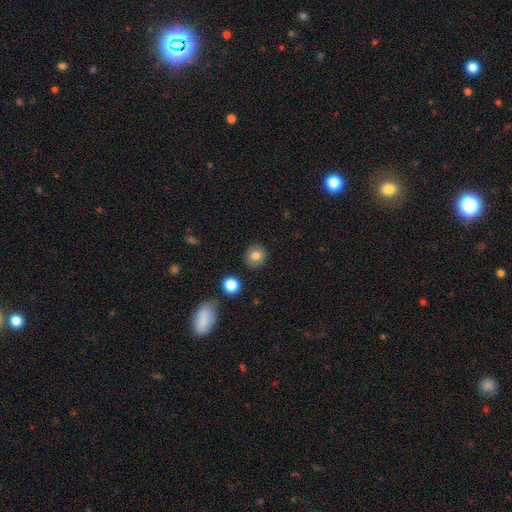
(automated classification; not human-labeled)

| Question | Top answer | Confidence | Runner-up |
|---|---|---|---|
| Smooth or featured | smooth | 80% | star or artifact (10%) |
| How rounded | round | 83% | in between (16%) |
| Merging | none | 88% | minor disturbance (8%) |